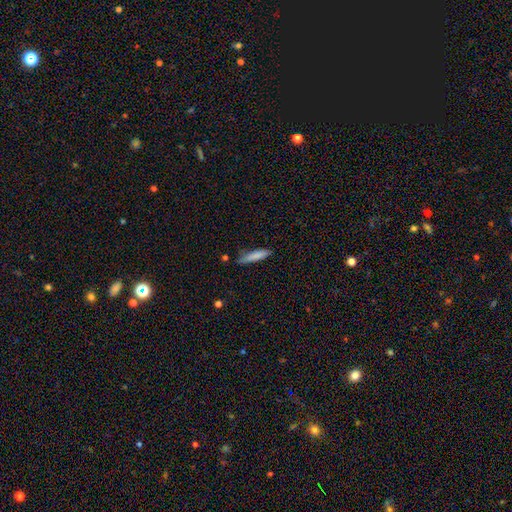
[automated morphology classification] type=smooth (82%); roundness=cigar-shaped (85%); merging=none (74%).